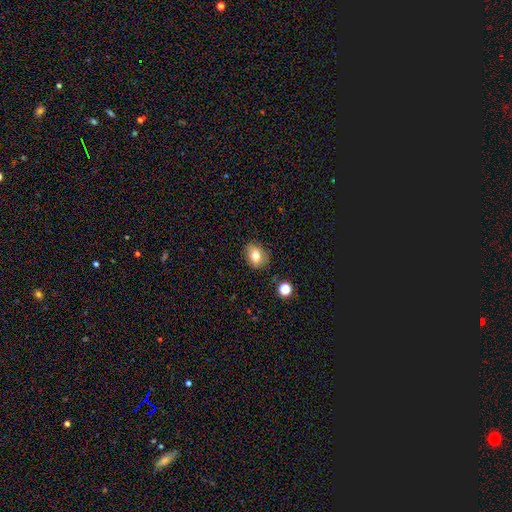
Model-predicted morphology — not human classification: Smooth or featured? Predicted: smooth (p=0.74). How rounded? Predicted: in between (p=0.64). Merging? Predicted: none (p=0.78).